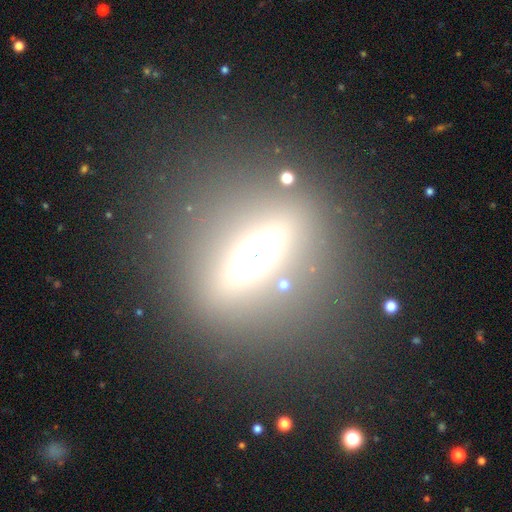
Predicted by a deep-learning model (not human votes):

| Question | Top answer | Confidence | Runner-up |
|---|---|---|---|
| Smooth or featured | smooth | 40% | featured or disk (37%) |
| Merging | none | 79% | minor disturbance (10%) |